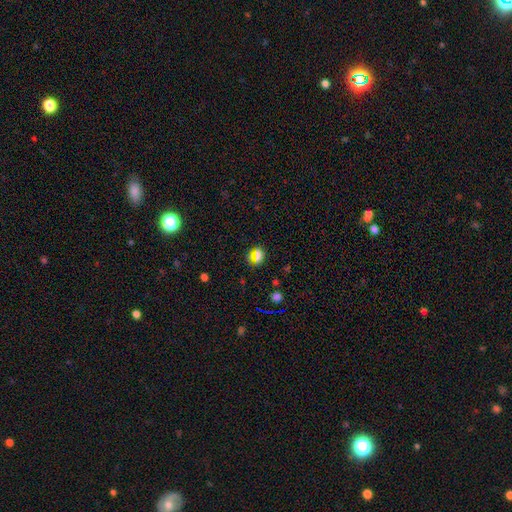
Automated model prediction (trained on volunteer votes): Smooth or featured? smooth (59%)
How rounded? round (72%)
Merging? none (82%)